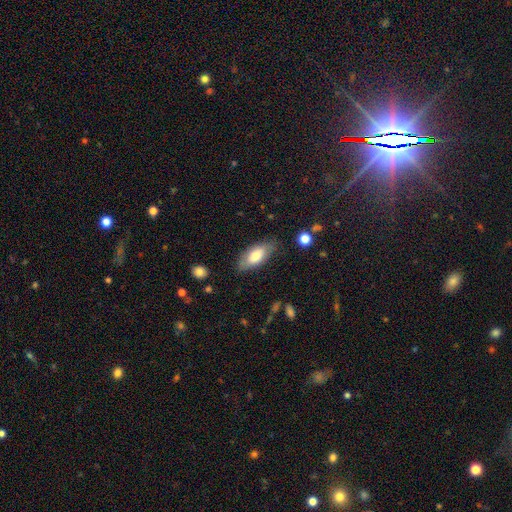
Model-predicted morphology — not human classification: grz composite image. It shows a smooth galaxy with no disk features (71%) that is in between round and cigar-shaped (84%). Merging: none (77%).